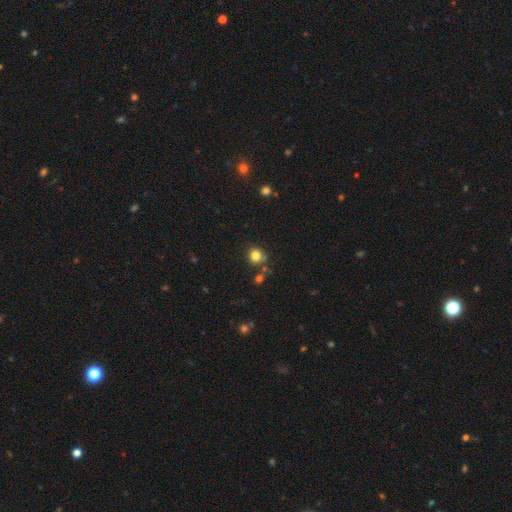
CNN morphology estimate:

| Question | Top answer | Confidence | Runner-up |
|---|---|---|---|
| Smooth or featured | smooth | 82% | star or artifact (12%) |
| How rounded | round | 86% | in between (13%) |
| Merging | none | 76% | minor disturbance (11%) |